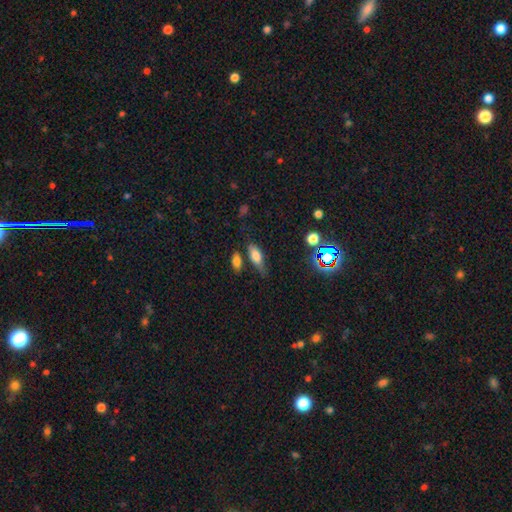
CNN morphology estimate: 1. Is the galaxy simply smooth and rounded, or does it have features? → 72% smooth, 16% featured or disk, 12% star or artifact.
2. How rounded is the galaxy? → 70% in between, 26% cigar-shaped, 4% round.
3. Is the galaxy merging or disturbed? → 59% none, 22% minor disturbance, 12% merger, 8% major disturbance.